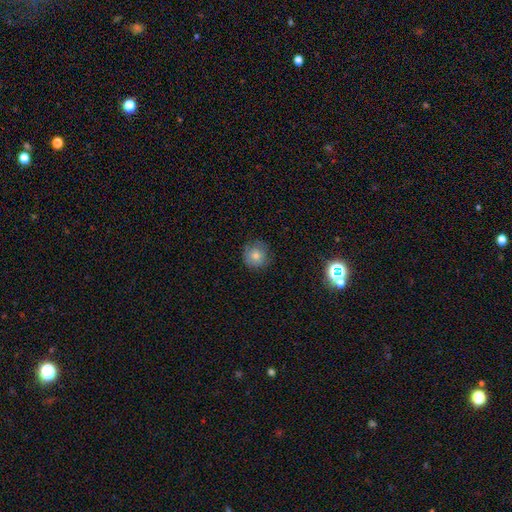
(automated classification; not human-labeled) This is likely a smooth galaxy (76%). How rounded: clearly round (94%). Merging: clearly none (82%).